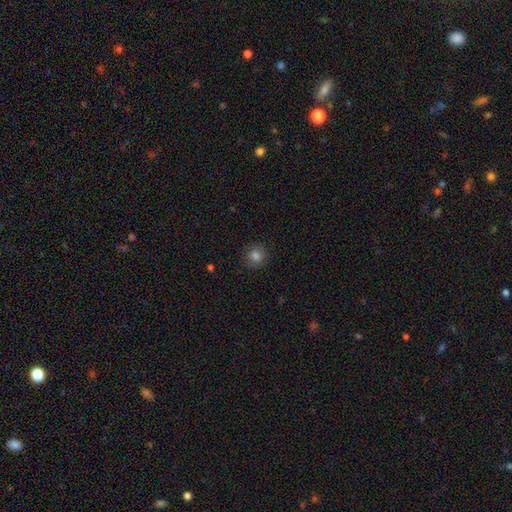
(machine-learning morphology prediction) This is clearly a smooth galaxy (82%). How rounded: clearly round (84%). Merging: clearly none (87%).